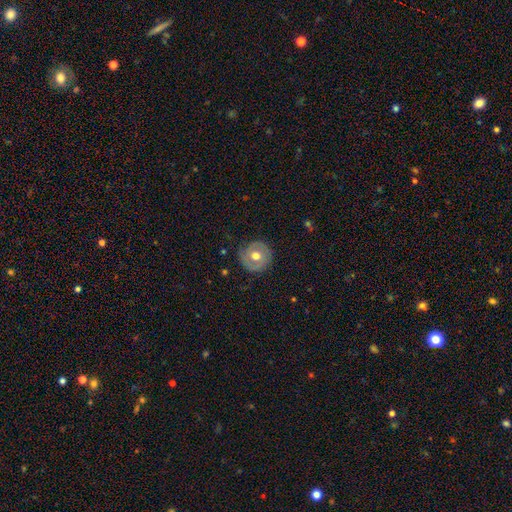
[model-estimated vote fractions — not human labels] Q: Smooth or featured?
A: smooth (51%); runner-up: featured or disk (42%)
Q: How rounded?
A: round (93%); runner-up: in between (6%)
Q: Merging?
A: none (83%); runner-up: minor disturbance (13%)